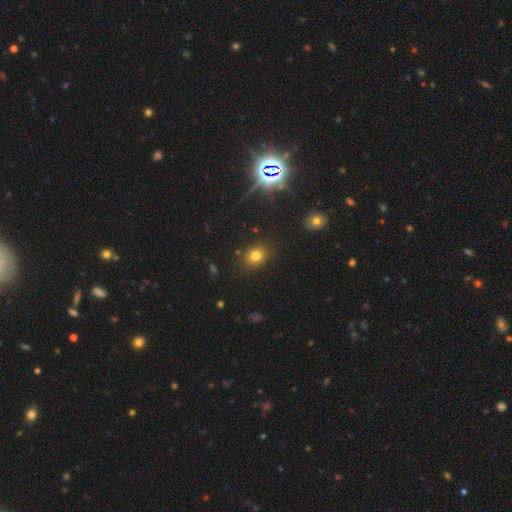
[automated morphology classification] A smooth galaxy with no disk features (75%) that is round (54%).

Vote fractions:
- Smooth or featured? smooth: 75% / star or artifact: 17% / featured or disk: 8%
- How rounded? round: 54% / in between: 45% / cigar-shaped: 1%
- Merging? none: 85% / minor disturbance: 9% / major disturbance: 3% / merger: 2%